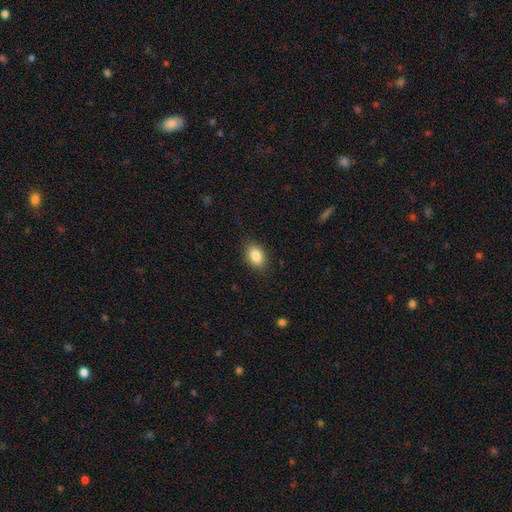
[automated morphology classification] This is clearly a smooth galaxy (86%). How rounded: clearly in between (82%). Merging: clearly none (86%).